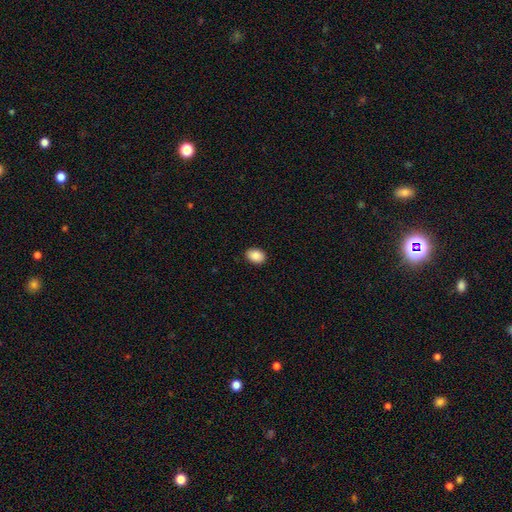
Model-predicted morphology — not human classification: This is clearly a smooth galaxy (89%). How rounded: likely in between (76%). Merging: clearly none (90%).